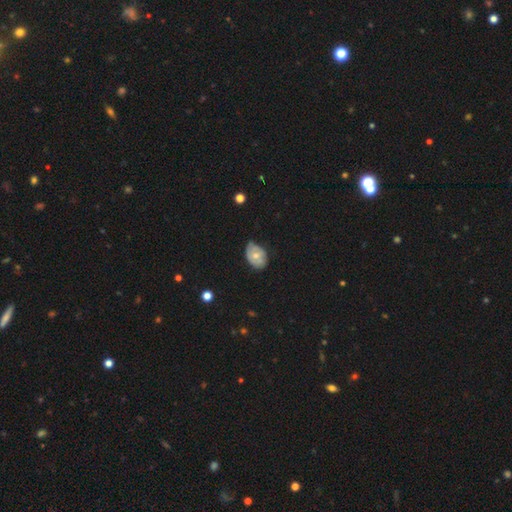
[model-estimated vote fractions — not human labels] Overall: smooth (49%; featured or disk 44%). Merging: none (51%; minor disturbance 40%).